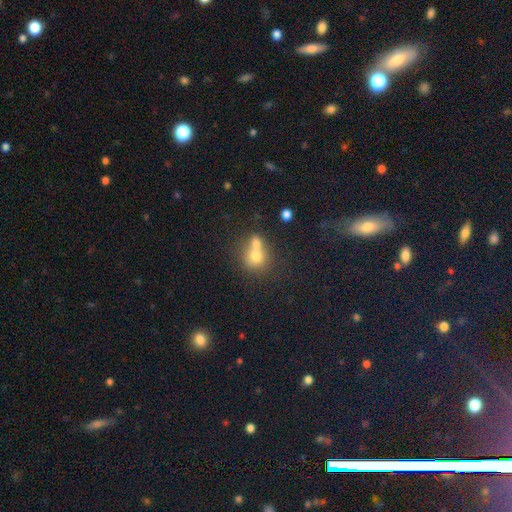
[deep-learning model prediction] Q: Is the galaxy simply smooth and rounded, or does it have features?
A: smooth — 70%.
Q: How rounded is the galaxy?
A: round — 76%.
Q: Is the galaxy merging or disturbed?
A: merger — 58%.